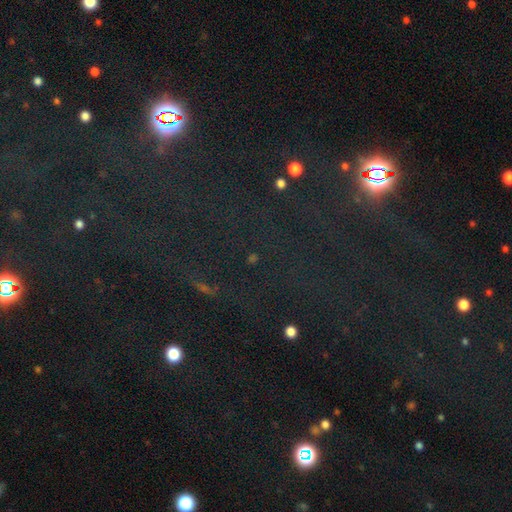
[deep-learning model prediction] smooth-or-featured: star or artifact: 74% | smooth: 16% | featured or disk: 10%